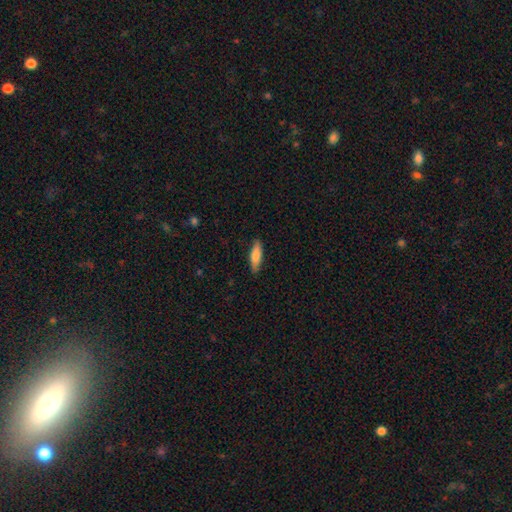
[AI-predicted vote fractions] smooth 78%, featured or disk 16%, star or artifact 6%. Down the decision tree: how rounded — cigar-shaped (59%); merging — none (86%).